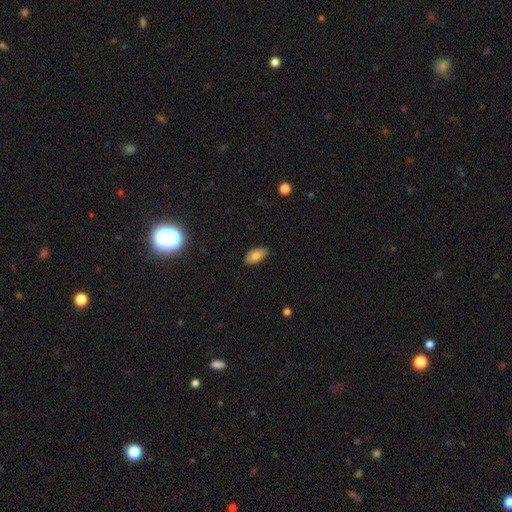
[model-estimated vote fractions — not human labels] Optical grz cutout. It shows a smooth galaxy with no disk features (80%) that is in between round and cigar-shaped (93%). Merging: none (86%).